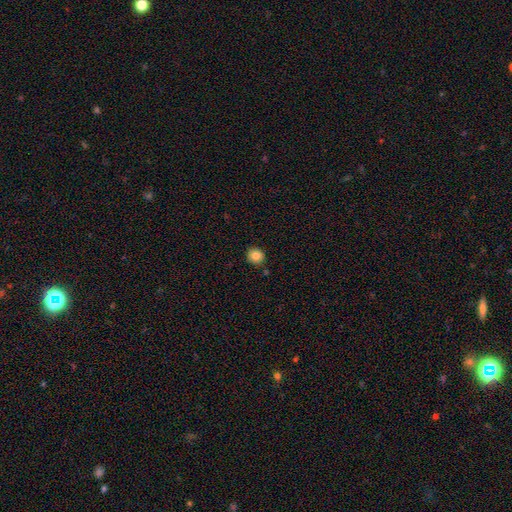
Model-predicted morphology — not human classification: Smooth or featured? Predicted: smooth (p=0.85). How rounded? Predicted: round (p=0.88). Merging? Predicted: none (p=0.88).